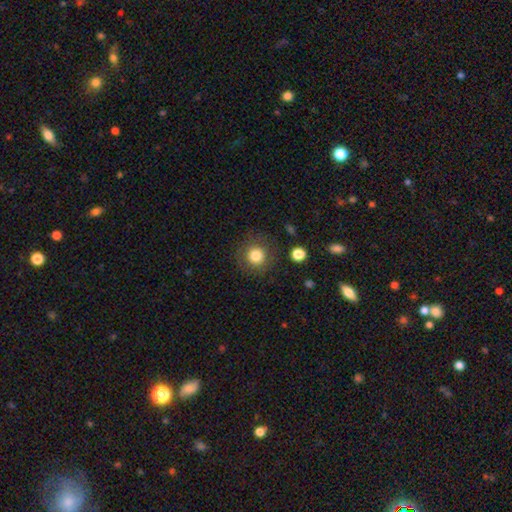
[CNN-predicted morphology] A smooth galaxy with no disk features (81%) that is round (94%).

Vote fractions:
- Smooth or featured? smooth: 81% / star or artifact: 11% / featured or disk: 8%
- How rounded? round: 94% / in between: 5% / cigar-shaped: 1%
- Merging? none: 85% / minor disturbance: 9% / major disturbance: 5% / merger: 2%